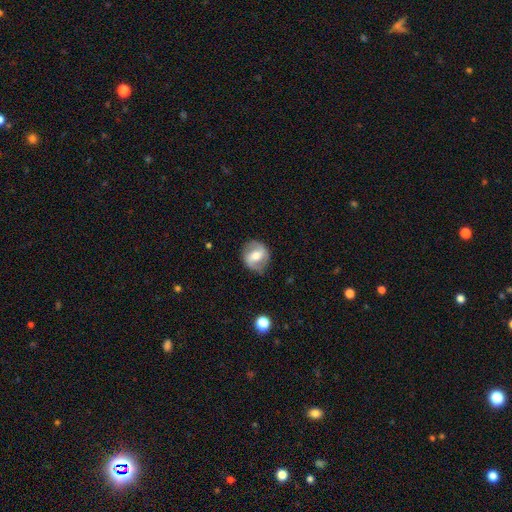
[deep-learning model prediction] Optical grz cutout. It shows a featured or disk galaxy (62%) with a strong bar (41%), spiral arms (73%) and a moderate central bulge (65%). Merging: none (81%).